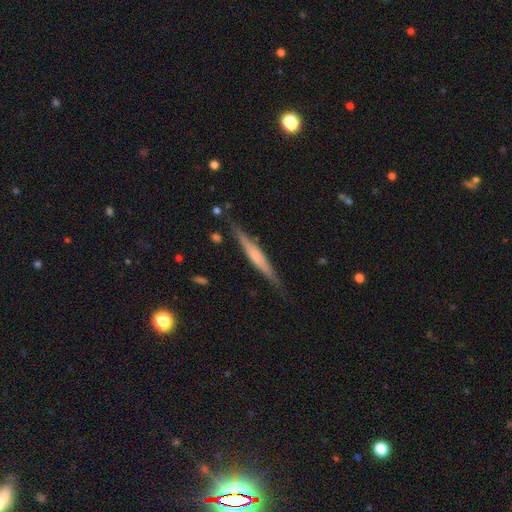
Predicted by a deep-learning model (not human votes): featured or disk 58%, smooth 36%, star or artifact 6%. Down the decision tree: edge-on disk — yes (96%); edge-on bulge — rounded (40%); merging — none (84%).